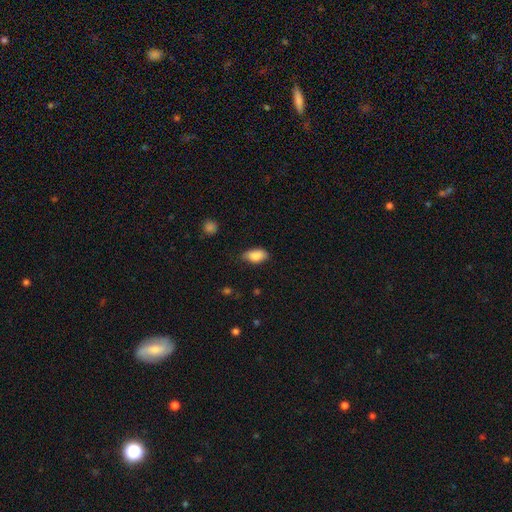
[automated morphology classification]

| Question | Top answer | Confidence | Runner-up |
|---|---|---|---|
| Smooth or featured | smooth | 88% | star or artifact (7%) |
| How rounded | in between | 92% | round (4%) |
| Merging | none | 71% | minor disturbance (23%) |